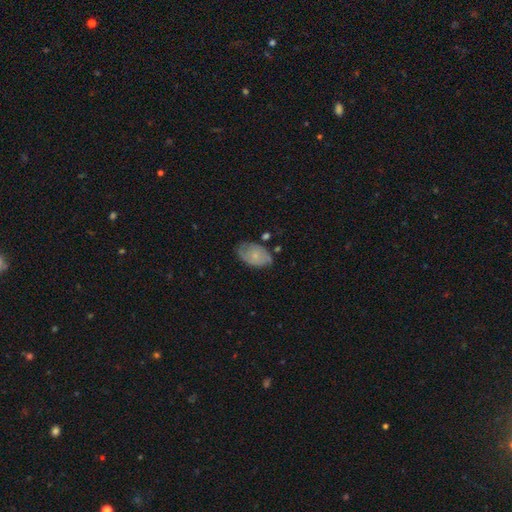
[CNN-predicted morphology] Smooth or featured?
  - smooth: 58% *
  - featured or disk: 35%
  - star or artifact: 7%
How rounded?
  - in between: 89% *
  - round: 9%
  - cigar-shaped: 2%
Merging?
  - none: 63% *
  - minor disturbance: 26%
  - major disturbance: 7%
  - merger: 4%